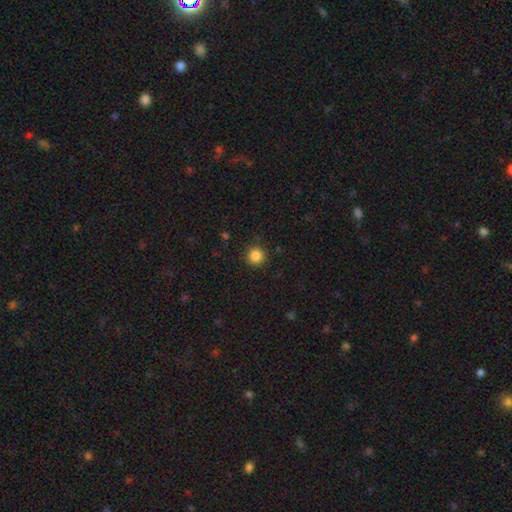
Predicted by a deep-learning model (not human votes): This is clearly a smooth galaxy (85%). How rounded: clearly round (95%). Merging: clearly none (90%).